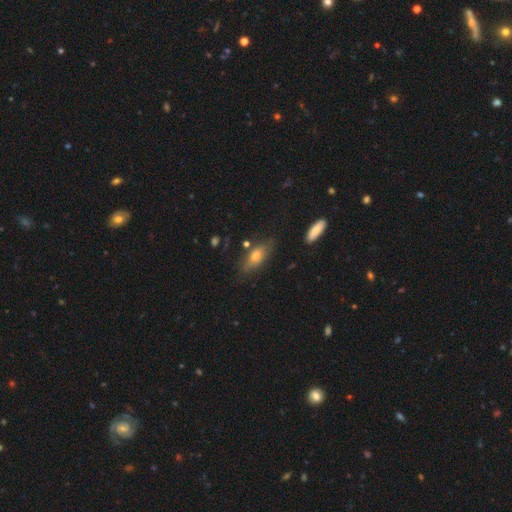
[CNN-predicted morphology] A smooth galaxy with no disk features (64%) that is in between round and cigar-shaped (75%).

Vote fractions:
- Smooth or featured? smooth: 64% / featured or disk: 27% / star or artifact: 9%
- How rounded? in between: 75% / cigar-shaped: 20% / round: 5%
- Merging? none: 72% / minor disturbance: 19% / major disturbance: 5% / merger: 4%